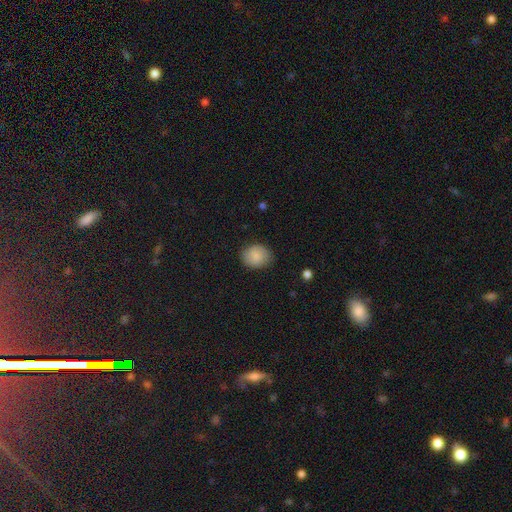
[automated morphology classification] Overall: smooth (87%). How rounded: round (58%; in between 41%). Merging: none (83%).